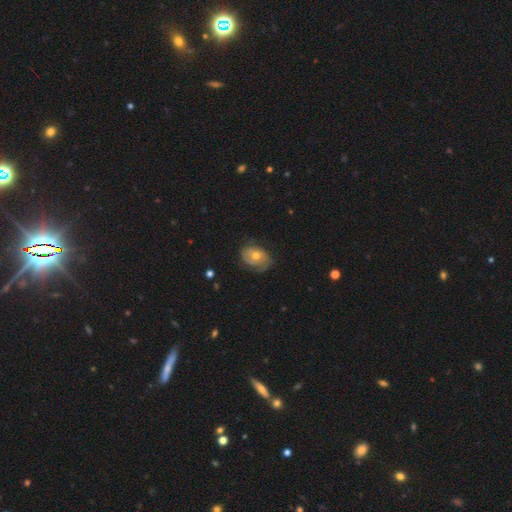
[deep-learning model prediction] Smooth or featured? Predicted: featured or disk (p=0.73). Edge-on disk? Predicted: no (p=0.97). Bar? Predicted: no (p=0.77). Spiral arms? Predicted: yes (p=0.90). Spiral winding? Predicted: tight (p=0.58). Spiral arm count? Predicted: 2 (p=0.44). Bulge size? Predicted: moderate (p=0.68). Merging? Predicted: none (p=0.67).